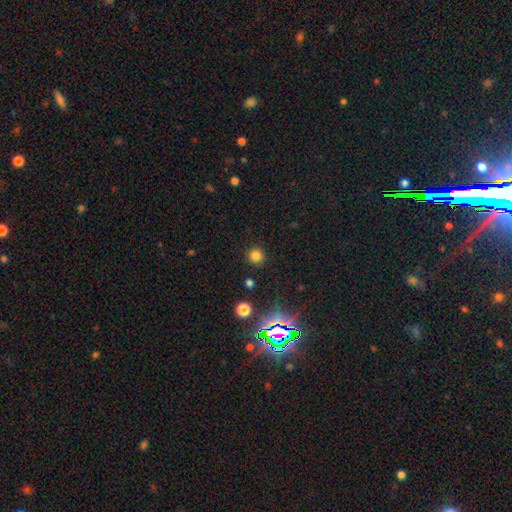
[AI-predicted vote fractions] Smooth or featured? Predicted: smooth (p=0.79). How rounded? Predicted: round (p=0.94). Merging? Predicted: none (p=0.90).